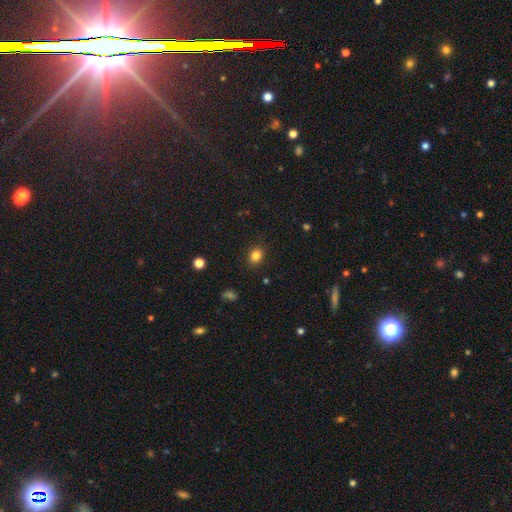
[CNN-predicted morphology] smooth-or-featured: smooth: 83% | star or artifact: 12% | featured or disk: 5%
  how-rounded: round: 61% | in between: 39% | cigar-shaped: 1%
  merging: none: 88% | minor disturbance: 8% | major disturbance: 2% | merger: 1%